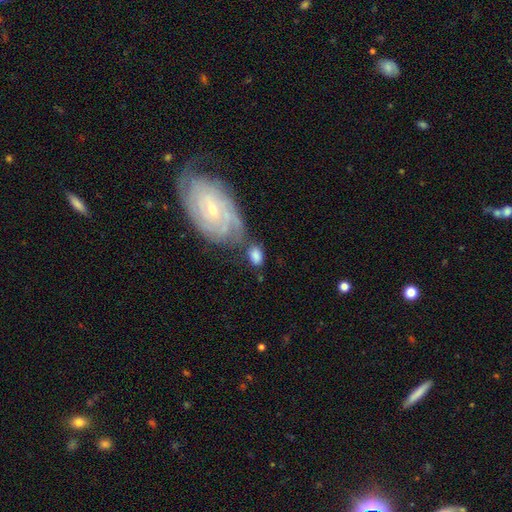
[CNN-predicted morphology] Smooth or featured: smooth — 72% (featured or disk — 21%)
How rounded: in between — 84% (round — 14%)
Merging: none — 54% (minor disturbance — 20%)